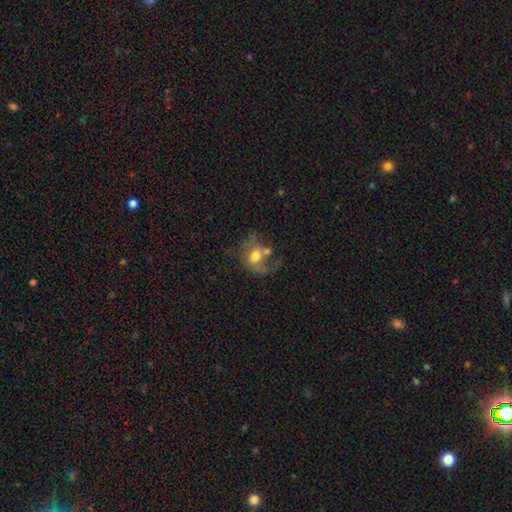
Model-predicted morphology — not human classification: A smooth galaxy with no disk features (51%) that is round (50%). Merging: none (29%).